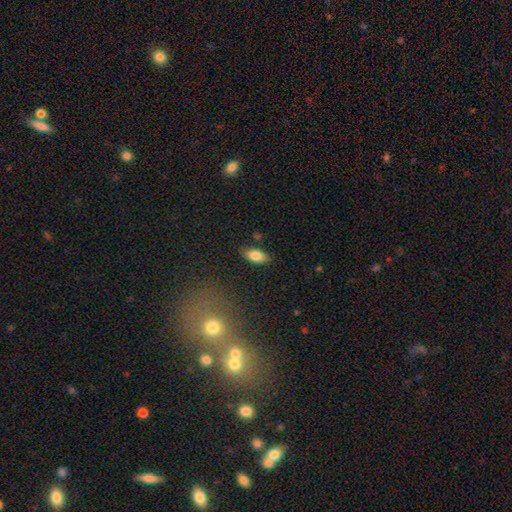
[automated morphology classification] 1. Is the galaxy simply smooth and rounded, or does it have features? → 83% smooth, 10% featured or disk, 8% star or artifact.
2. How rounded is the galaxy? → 89% in between, 8% cigar-shaped, 3% round.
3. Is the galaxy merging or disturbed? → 82% none, 13% minor disturbance, 3% major disturbance, 3% merger.